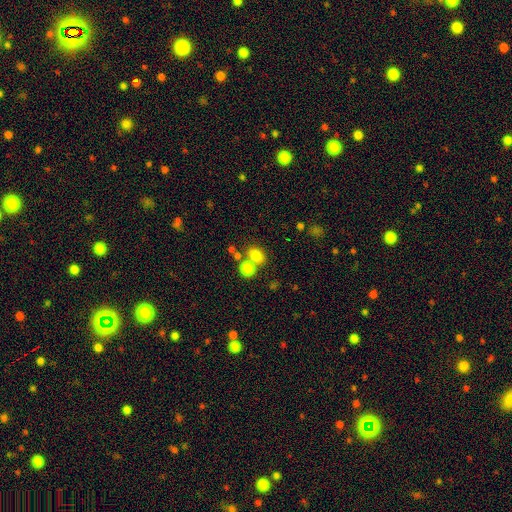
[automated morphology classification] Smooth or featured?
  - smooth: 79% *
  - star or artifact: 12%
  - featured or disk: 9%
How rounded?
  - in between: 57% *
  - round: 41%
  - cigar-shaped: 1%
Merging?
  - none: 54% *
  - merger: 32%
  - minor disturbance: 10%
  - major disturbance: 4%